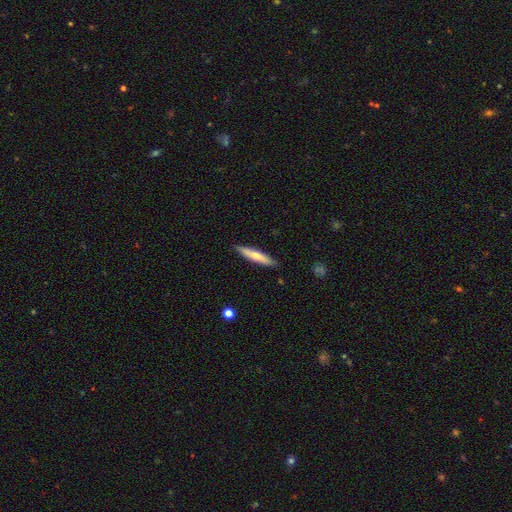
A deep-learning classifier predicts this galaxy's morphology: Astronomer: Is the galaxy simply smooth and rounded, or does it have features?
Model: smooth — 62%.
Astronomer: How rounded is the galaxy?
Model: cigar-shaped — 88%.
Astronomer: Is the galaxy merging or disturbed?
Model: none — 88%.